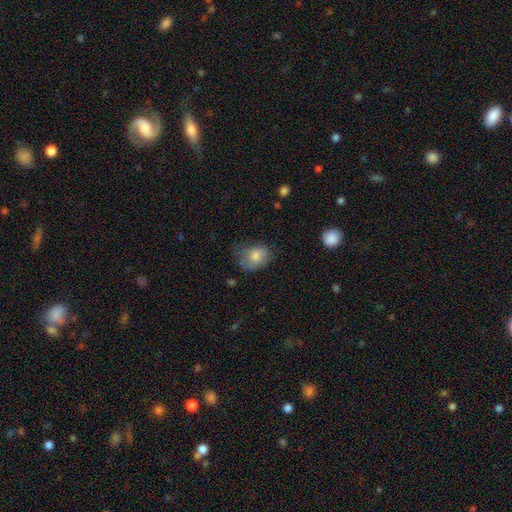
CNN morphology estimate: smooth-or-featured: smooth: 78% | featured or disk: 13% | star or artifact: 9%
  how-rounded: in between: 64% | round: 35% | cigar-shaped: 1%
  merging: none: 50% | minor disturbance: 34% | major disturbance: 15% | merger: 2%